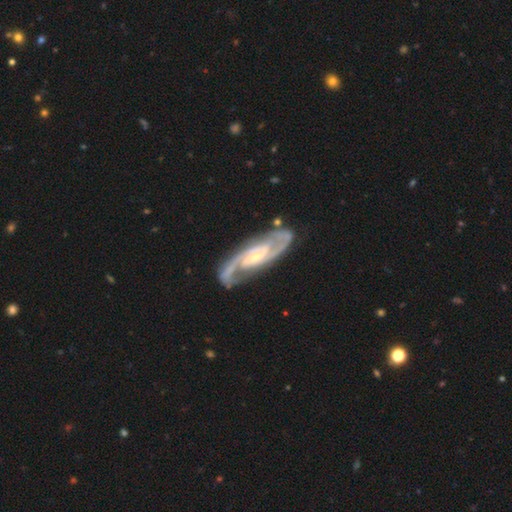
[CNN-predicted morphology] The model was most divided on "bar": weak: 41%, no: 37%, strong: 22%. More confident: spiral arms — yes (98%); edge-on disk — no (94%); smooth or featured — featured or disk (91%); spiral arm count — 2 (89%); merging — none (81%); bulge size — small (62%); spiral winding — medium (53%).